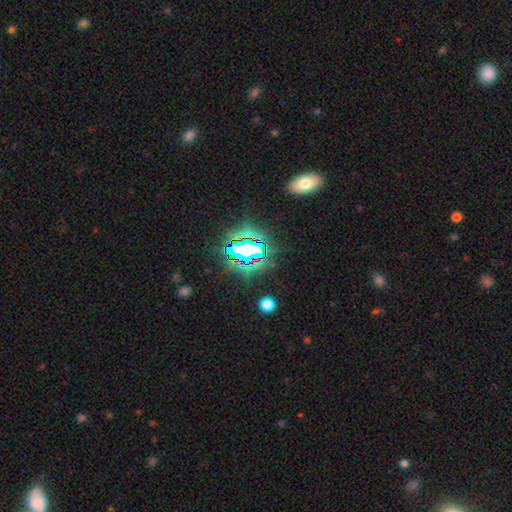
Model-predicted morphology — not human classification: Smooth or featured? Predicted: star or artifact (p=0.76).